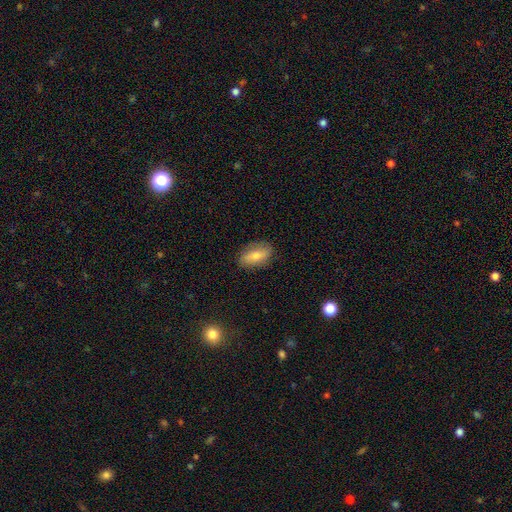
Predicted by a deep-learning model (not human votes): A smooth galaxy with no disk features (72%) that is in between round and cigar-shaped (87%).

Vote fractions:
- Smooth or featured? smooth: 72% / featured or disk: 21% / star or artifact: 7%
- How rounded? in between: 87% / cigar-shaped: 8% / round: 5%
- Merging? none: 82% / minor disturbance: 14% / major disturbance: 3% / merger: 1%